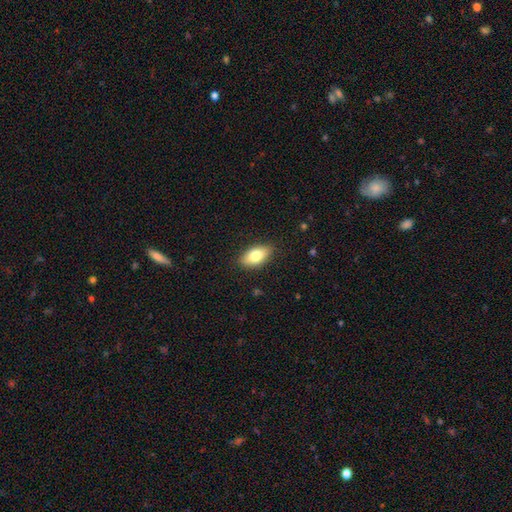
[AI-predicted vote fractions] smooth_or_featured: smooth (p=0.79) [alt: featured or disk p=0.14]
how_rounded: in between (p=0.90) [alt: cigar-shaped p=0.06]
merging: none (p=0.87) [alt: minor disturbance p=0.10]